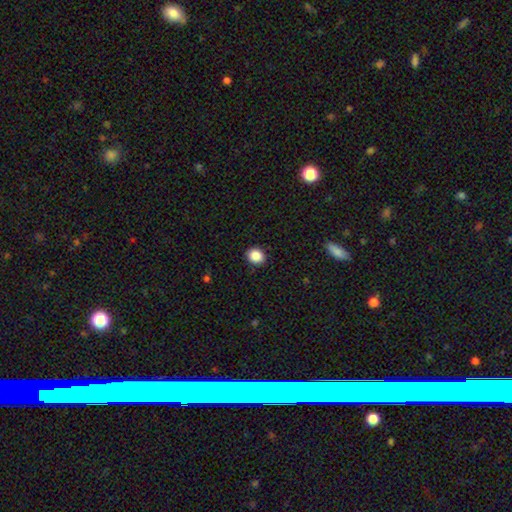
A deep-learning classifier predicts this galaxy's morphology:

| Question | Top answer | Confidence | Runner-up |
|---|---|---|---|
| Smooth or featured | smooth | 88% | star or artifact (9%) |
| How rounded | round | 70% | in between (29%) |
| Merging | none | 91% | minor disturbance (6%) |